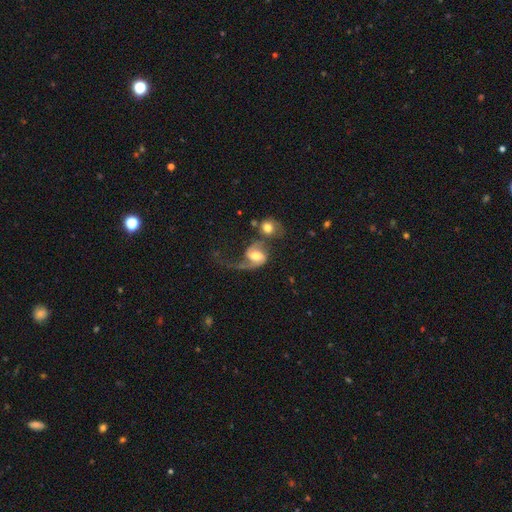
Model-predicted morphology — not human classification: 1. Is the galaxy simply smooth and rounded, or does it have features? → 74% featured or disk, 19% smooth, 7% star or artifact.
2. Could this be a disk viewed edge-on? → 97% no, 3% yes.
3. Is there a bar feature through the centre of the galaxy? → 45% weak, 37% no, 18% strong.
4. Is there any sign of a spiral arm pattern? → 93% yes, 7% no.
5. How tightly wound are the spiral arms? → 63% loose, 29% medium, 8% tight.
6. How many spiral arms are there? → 57% 2, 37% 1, 4% can't tell, 1% 3, 1% 4, 1% more than 4.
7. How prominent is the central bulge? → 55% moderate, 25% large, 13% small, 3% none, 3% dominant.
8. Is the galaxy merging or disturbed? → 37% merger, 28% major disturbance, 24% none, 12% minor disturbance.